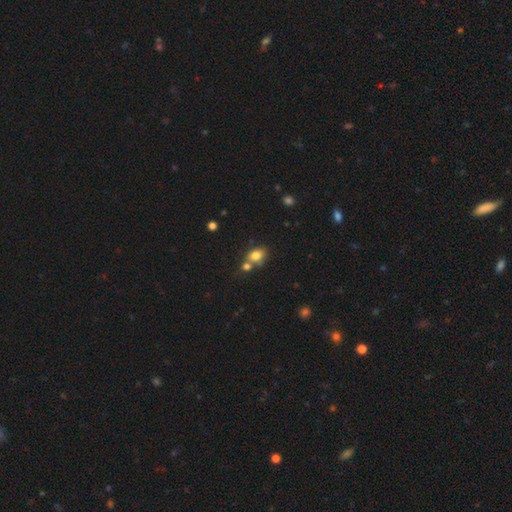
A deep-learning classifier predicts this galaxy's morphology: This is likely a smooth galaxy (79%). How rounded: likely in between (64%). Merging: possibly none (47%).